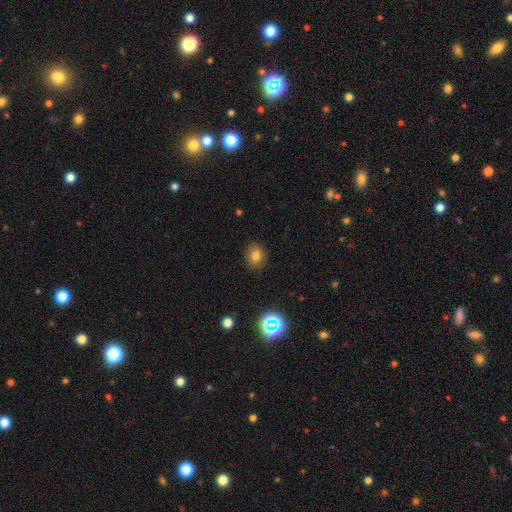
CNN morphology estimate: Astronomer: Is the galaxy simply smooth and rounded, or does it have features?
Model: smooth — 77%.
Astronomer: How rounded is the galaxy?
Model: round — 51% (runner-up: in between, 48%).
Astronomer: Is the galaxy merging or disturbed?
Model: none — 87%.